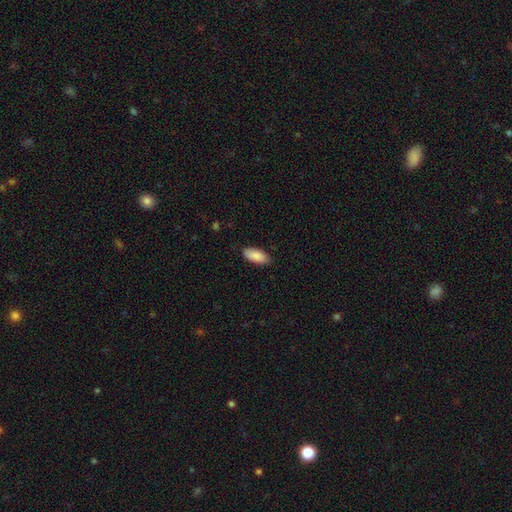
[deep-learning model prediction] Smooth or featured: smooth — 88% (featured or disk — 6%)
How rounded: in between — 88% (cigar-shaped — 11%)
Merging: none — 85% (minor disturbance — 12%)